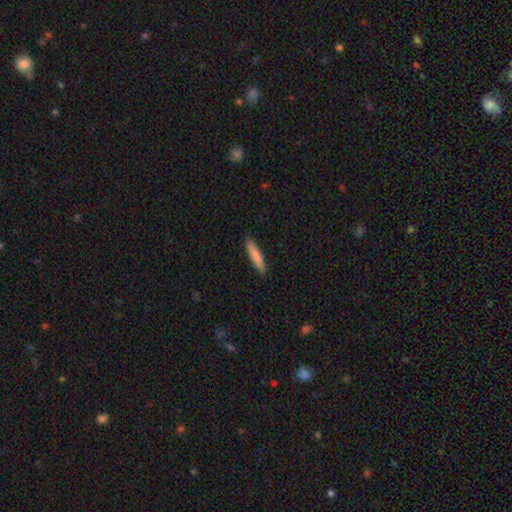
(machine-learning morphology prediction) This is clearly a smooth galaxy (84%). How rounded: clearly cigar-shaped (89%). Merging: clearly none (90%).